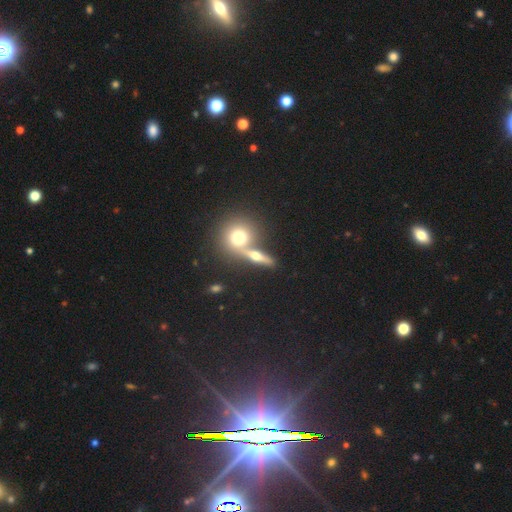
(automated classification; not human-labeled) This is possibly a featured or disk galaxy (48%). Merging: likely none (60%).